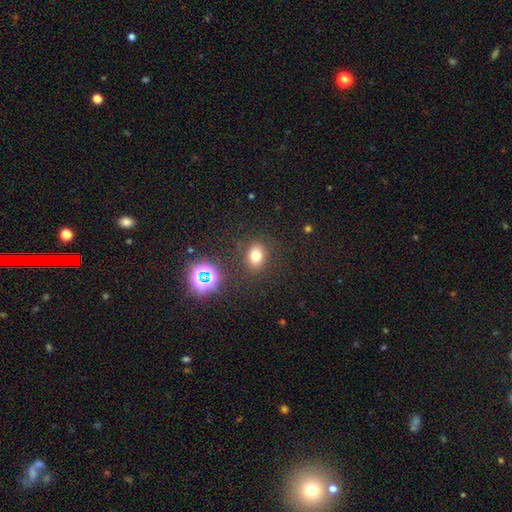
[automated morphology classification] A smooth galaxy with no disk features (73%) that is round (50%). Merging: none (84%).